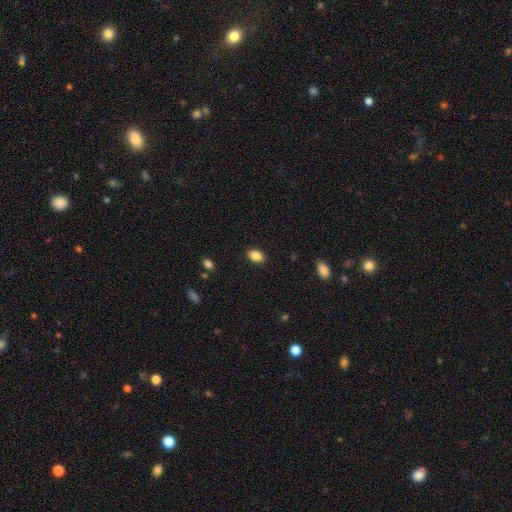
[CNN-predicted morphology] The model was most divided on "how rounded": in between: 82%, round: 17%, cigar-shaped: 1%. More confident: merging — none (88%); smooth or featured — smooth (88%).